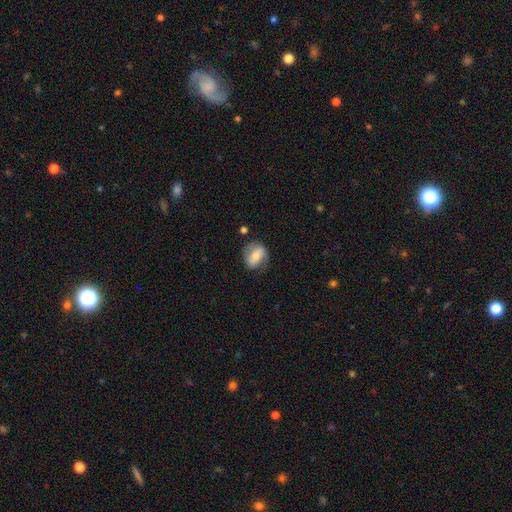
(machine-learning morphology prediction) Smooth or featured? smooth (52%)
How rounded? in between (60%)
Merging? none (63%)